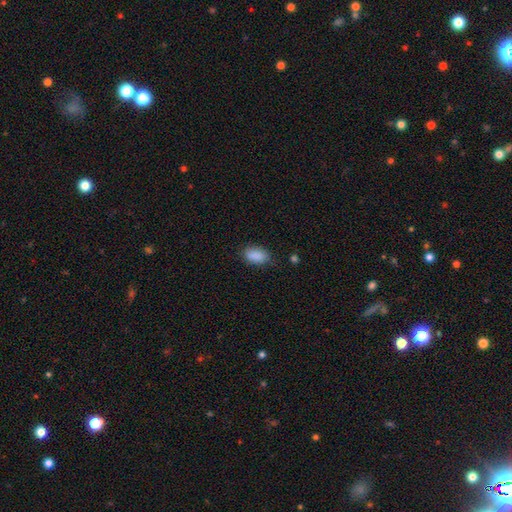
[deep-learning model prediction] smooth_or_featured: smooth (p=0.88) [alt: star or artifact p=0.08]
how_rounded: in between (p=0.91) [alt: round p=0.07]
merging: none (p=0.77) [alt: minor disturbance p=0.17]